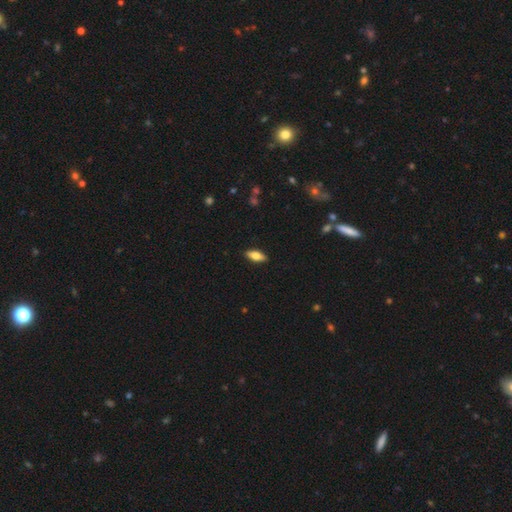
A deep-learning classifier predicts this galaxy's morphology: Smooth or featured: smooth — 67% (featured or disk — 26%)
How rounded: in between — 73% (cigar-shaped — 24%)
Merging: none — 89% (minor disturbance — 8%)